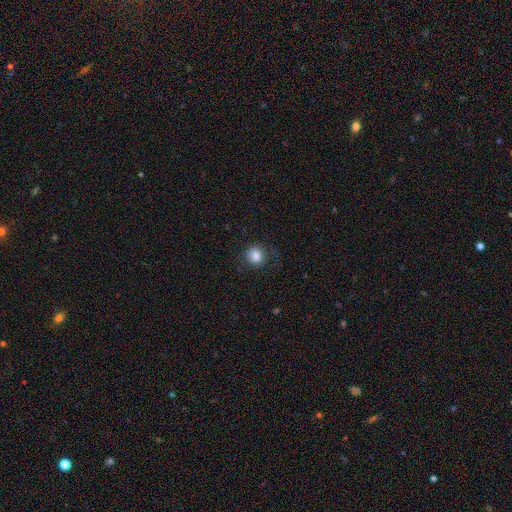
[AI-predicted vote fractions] A smooth galaxy with no disk features (80%) that is round (80%).

Vote fractions:
- Smooth or featured? smooth: 80% / featured or disk: 10% / star or artifact: 10%
- How rounded? round: 80% / in between: 19% / cigar-shaped: 1%
- Merging? none: 71% / minor disturbance: 17% / major disturbance: 10% / merger: 1%